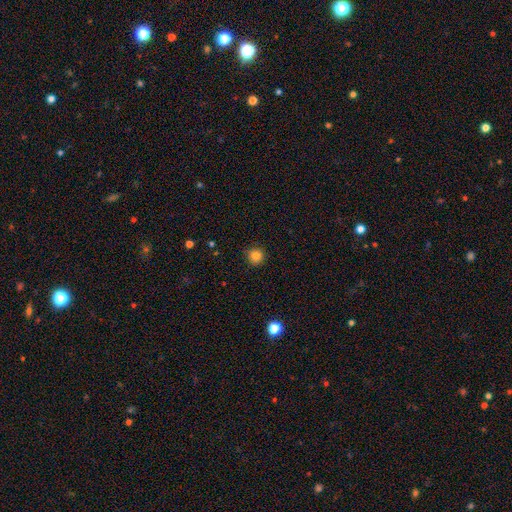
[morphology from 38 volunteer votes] Overall: smooth (87%). How rounded: round (100%). Merging: none (94%).